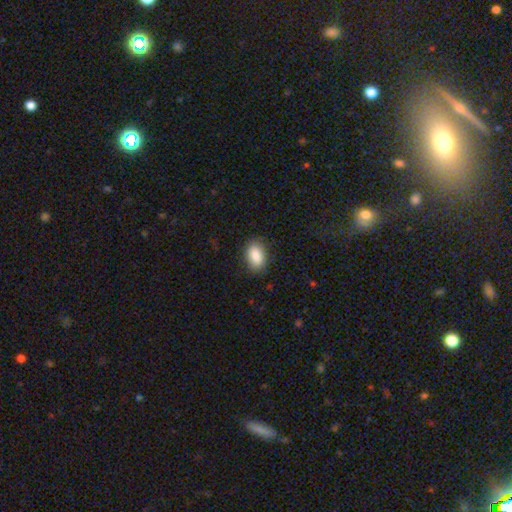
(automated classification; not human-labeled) This is clearly a smooth galaxy (88%). How rounded: clearly in between (90%). Merging: clearly none (86%).